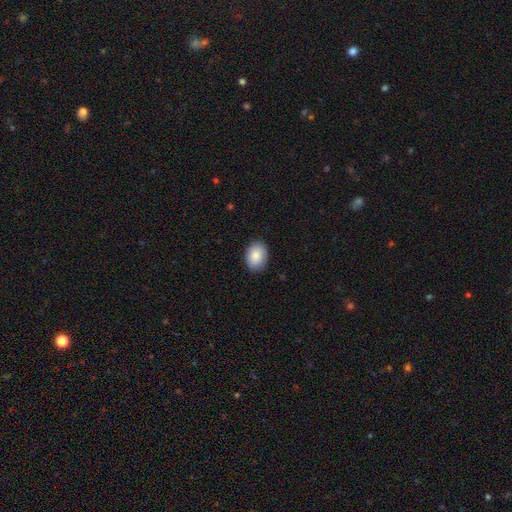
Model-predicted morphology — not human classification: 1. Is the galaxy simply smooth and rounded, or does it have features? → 88% smooth, 7% star or artifact, 6% featured or disk.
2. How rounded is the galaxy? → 77% in between, 22% round, 1% cigar-shaped.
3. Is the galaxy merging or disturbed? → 88% none, 9% minor disturbance, 2% major disturbance, 1% merger.